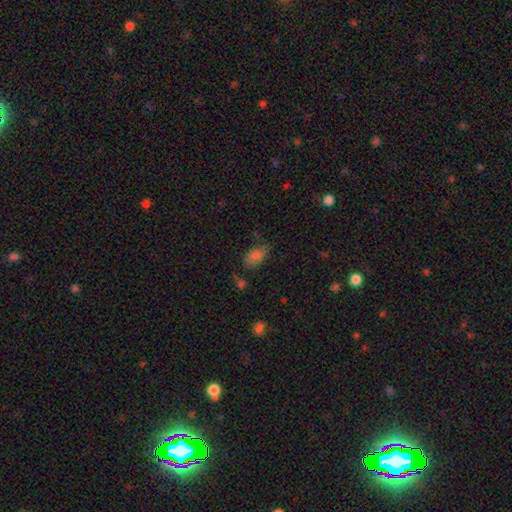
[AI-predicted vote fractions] smooth-or-featured: smooth: 77% | star or artifact: 13% | featured or disk: 9%
  how-rounded: in between: 90% | round: 6% | cigar-shaped: 5%
  merging: none: 58% | minor disturbance: 28% | major disturbance: 9% | merger: 5%